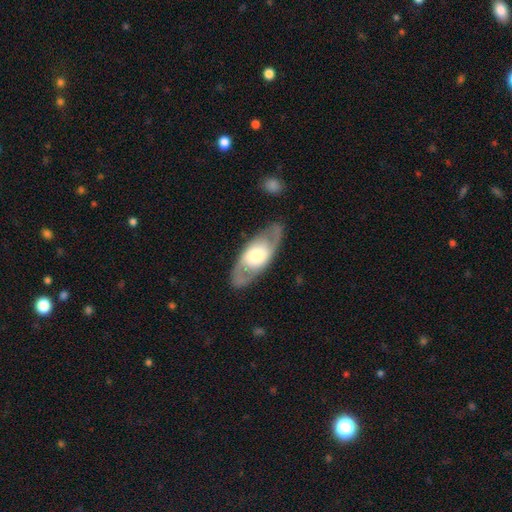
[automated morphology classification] smooth-or-featured: featured or disk: 65% | smooth: 30% | star or artifact: 5%
  disk-edge-on: no: 84% | yes: 16%
    bar: no: 69% | weak: 22% | strong: 9%
    has-spiral-arms: yes: 62% | no: 38%
    bulge-size: moderate: 52% | large: 30% | small: 14% | dominant: 4% | none: 1%
  merging: none: 82% | minor disturbance: 11% | major disturbance: 5% | merger: 1%